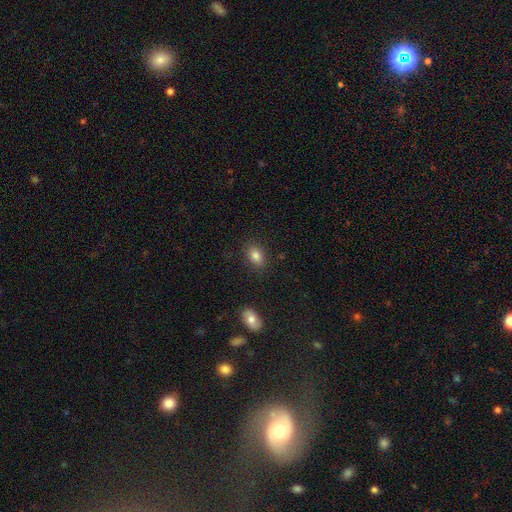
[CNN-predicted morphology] This appears to be a smooth galaxy with no disk features (83%) that is in between round and cigar-shaped (79%). Merging: none (85%).